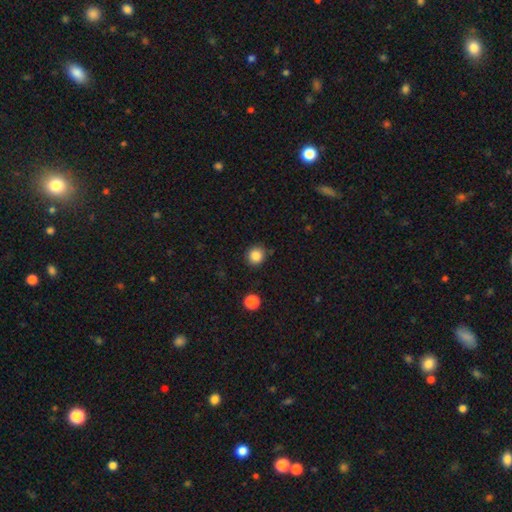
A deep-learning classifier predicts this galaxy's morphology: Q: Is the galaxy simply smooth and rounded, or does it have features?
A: smooth — 85%.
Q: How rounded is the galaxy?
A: round — 90%.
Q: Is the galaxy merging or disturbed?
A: none — 86%.